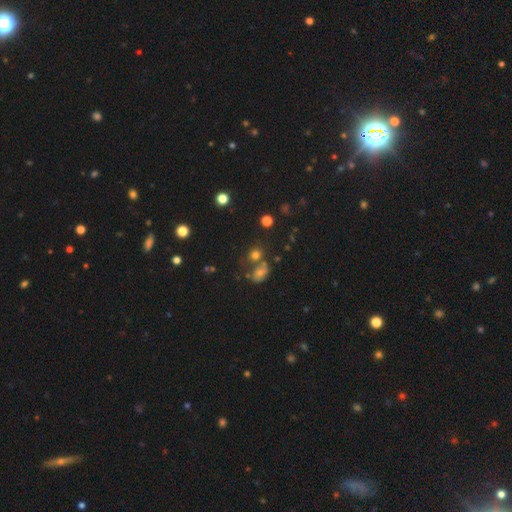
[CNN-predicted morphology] The model was most divided on "merging": none: 49%, merger: 32%, minor disturbance: 12%, major disturbance: 7%. More confident: how rounded — round (63%); smooth or featured — smooth (56%).